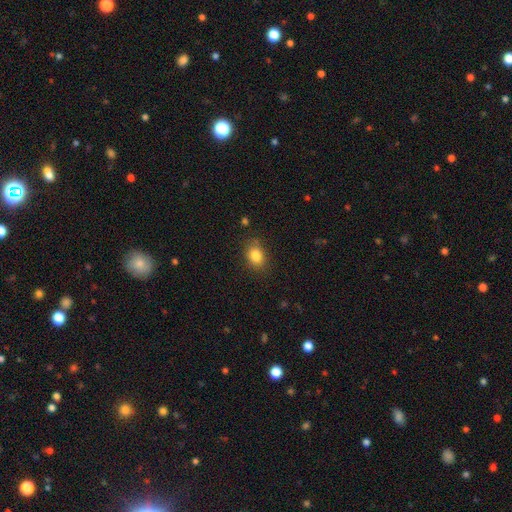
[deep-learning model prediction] A smooth galaxy with no disk features (84%) that is in between round and cigar-shaped (65%). Merging: none (81%).